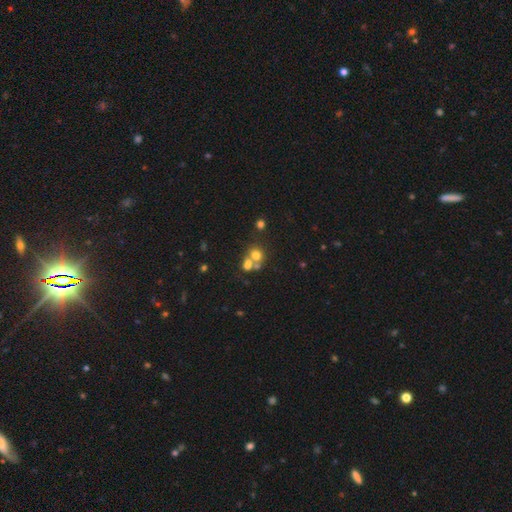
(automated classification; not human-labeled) The model was most divided on "merging": merger: 47%, none: 40%, minor disturbance: 8%, major disturbance: 5%. More confident: how rounded — round (76%); smooth or featured — smooth (65%).